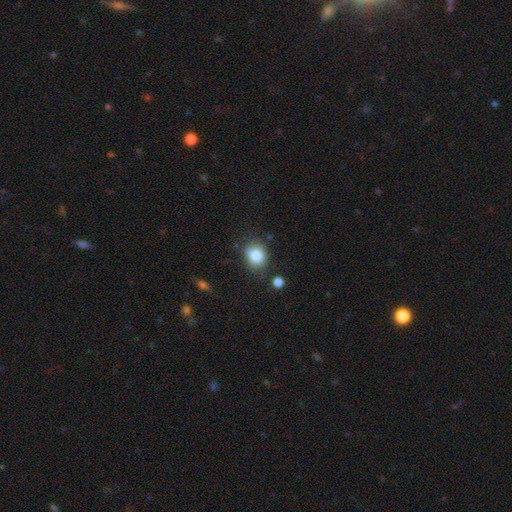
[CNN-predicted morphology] A smooth galaxy with no disk features (82%) that is round (59%).

Vote fractions:
- Smooth or featured? smooth: 82% / star or artifact: 10% / featured or disk: 8%
- How rounded? round: 59% / in between: 40% / cigar-shaped: 1%
- Merging? none: 73% / minor disturbance: 18% / merger: 4% / major disturbance: 4%